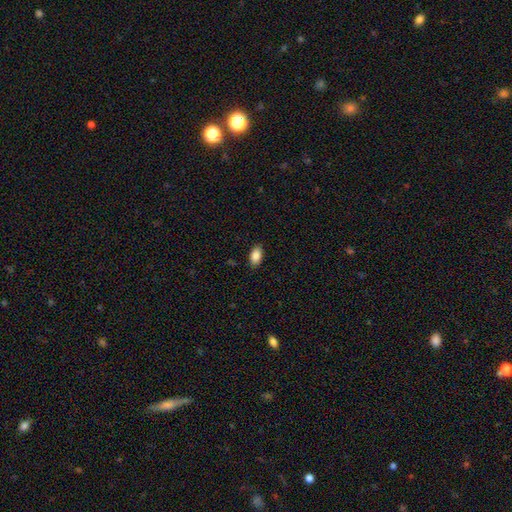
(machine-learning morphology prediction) Smooth or featured? smooth (87%)
How rounded? in between (93%)
Merging? none (88%)